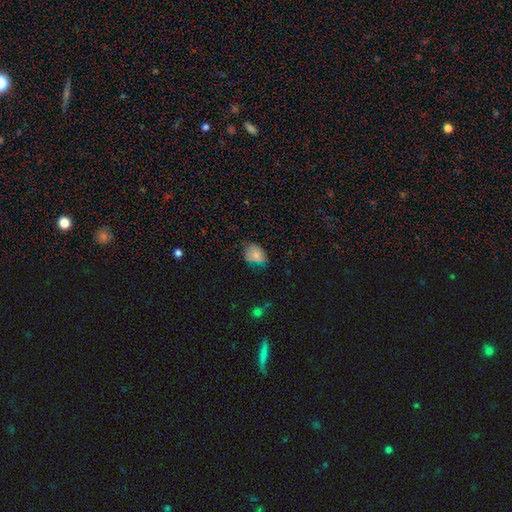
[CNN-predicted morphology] This is likely a smooth galaxy (78%). How rounded: likely in between (67%). Merging: likely none (62%).